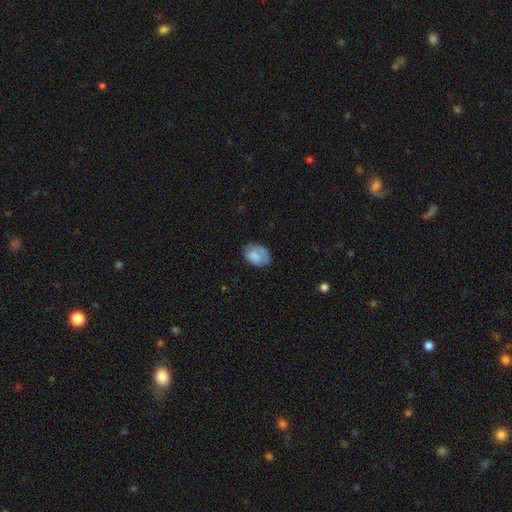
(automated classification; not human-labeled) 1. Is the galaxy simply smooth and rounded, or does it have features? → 76% smooth, 16% featured or disk, 7% star or artifact.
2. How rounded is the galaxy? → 82% in between, 17% round, 1% cigar-shaped.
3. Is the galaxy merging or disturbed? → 64% none, 25% minor disturbance, 9% major disturbance, 2% merger.